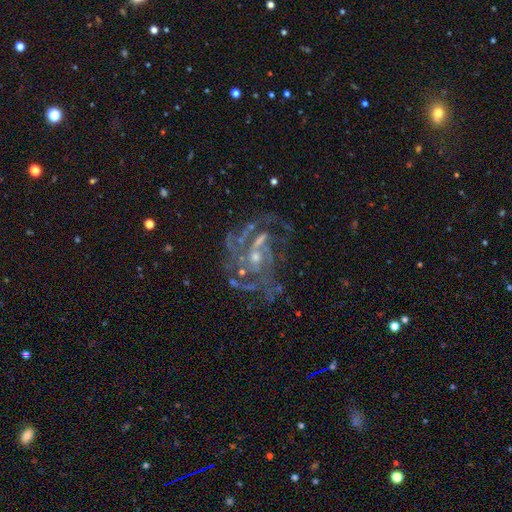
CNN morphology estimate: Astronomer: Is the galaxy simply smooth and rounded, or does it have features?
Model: featured or disk — 86%.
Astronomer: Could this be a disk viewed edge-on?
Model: no — 98%.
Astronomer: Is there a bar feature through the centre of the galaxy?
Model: no — 62%.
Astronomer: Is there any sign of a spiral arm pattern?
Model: yes — 92%.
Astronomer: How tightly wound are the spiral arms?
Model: medium — 47% (runner-up: tight, 36%).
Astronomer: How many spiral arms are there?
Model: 3 — 28% (runner-up: can't tell, 22%).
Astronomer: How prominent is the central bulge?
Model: small — 58% (runner-up: moderate, 33%).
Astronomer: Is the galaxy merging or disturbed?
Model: none — 54%.